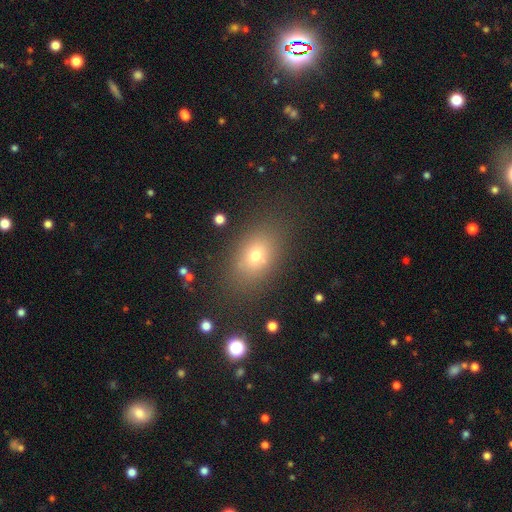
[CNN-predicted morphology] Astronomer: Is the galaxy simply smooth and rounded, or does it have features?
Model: smooth — 69%.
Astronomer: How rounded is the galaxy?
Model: in between — 73%.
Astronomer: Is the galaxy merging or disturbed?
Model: none — 82%.